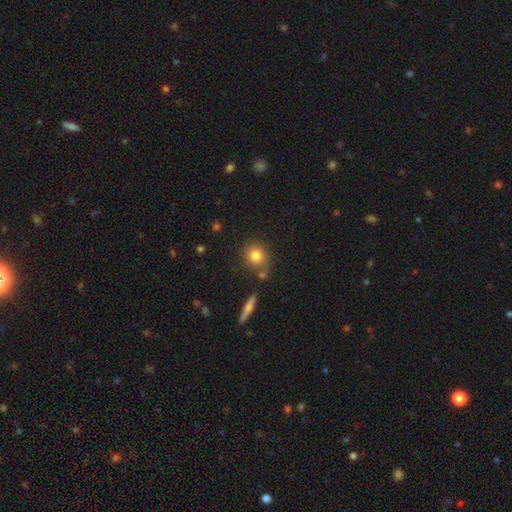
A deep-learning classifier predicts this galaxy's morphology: The model was most divided on "merging": none: 72%, minor disturbance: 12%, merger: 12%, major disturbance: 4%. More confident: smooth or featured — smooth (81%); how rounded — round (80%).